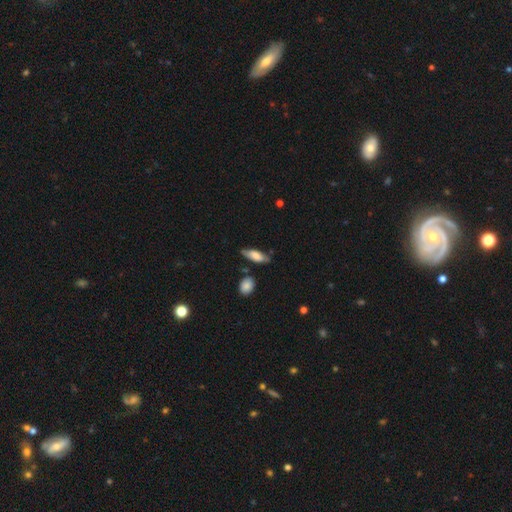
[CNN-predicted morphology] A smooth galaxy with no disk features (69%) that is in between round and cigar-shaped (62%).

Vote fractions:
- Smooth or featured? smooth: 69% / featured or disk: 24% / star or artifact: 7%
- How rounded? in between: 62% / cigar-shaped: 35% / round: 3%
- Merging? none: 69% / minor disturbance: 22% / major disturbance: 5% / merger: 4%